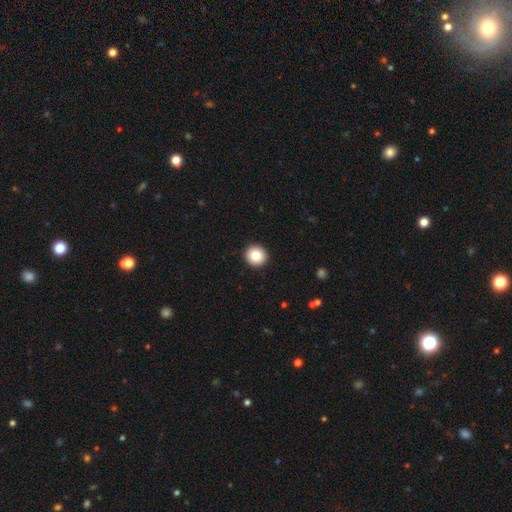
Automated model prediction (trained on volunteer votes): This is clearly a smooth galaxy (85%). How rounded: clearly round (94%). Merging: clearly none (93%).